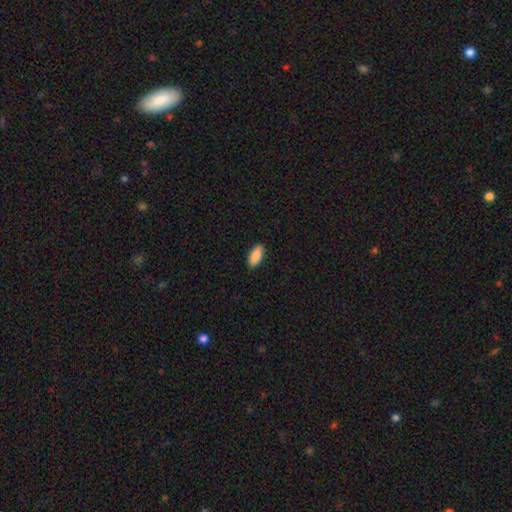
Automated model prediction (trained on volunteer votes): A smooth galaxy with no disk features (89%) that is in between round and cigar-shaped (87%).

Vote fractions:
- Smooth or featured? smooth: 89% / star or artifact: 6% / featured or disk: 4%
- How rounded? in between: 87% / cigar-shaped: 11% / round: 2%
- Merging? none: 90% / minor disturbance: 7% / major disturbance: 2% / merger: 1%